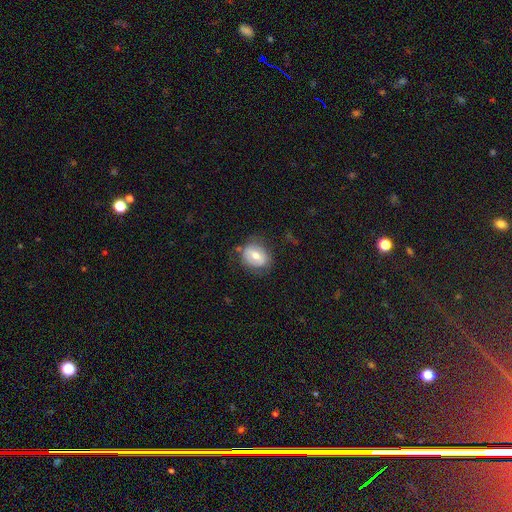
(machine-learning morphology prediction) This is possibly a smooth galaxy (59%). How rounded: possibly round (51%). Merging: likely none (69%).